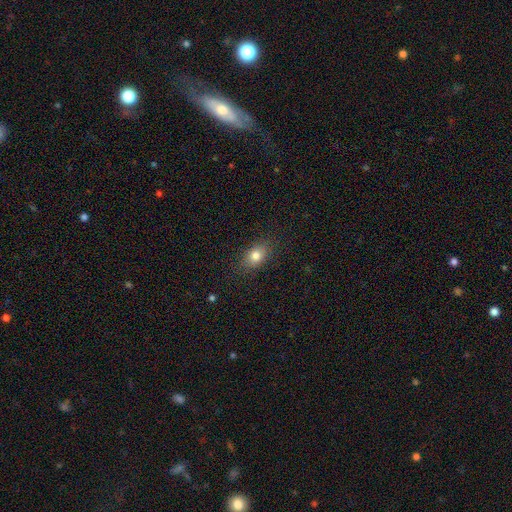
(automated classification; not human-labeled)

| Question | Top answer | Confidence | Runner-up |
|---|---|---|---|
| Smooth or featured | smooth | 80% | star or artifact (10%) |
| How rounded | in between | 73% | round (24%) |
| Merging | none | 85% | minor disturbance (11%) |